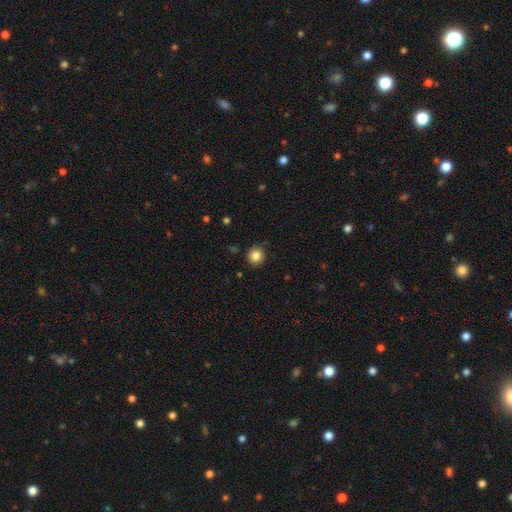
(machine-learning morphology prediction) Q: Smooth or featured?
A: smooth (85%); runner-up: star or artifact (10%)
Q: How rounded?
A: round (91%); runner-up: in between (8%)
Q: Merging?
A: none (87%); runner-up: minor disturbance (9%)